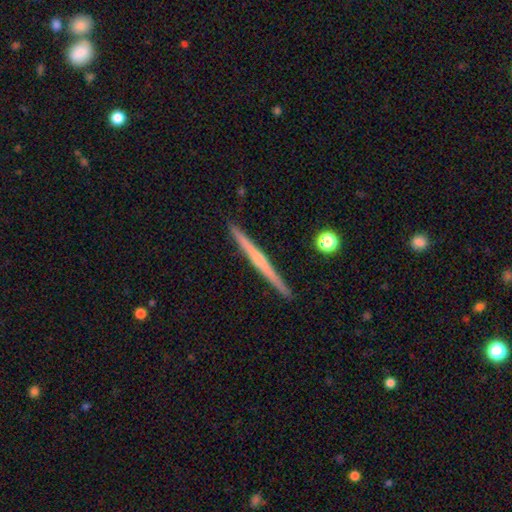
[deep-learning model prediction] smooth-or-featured: featured or disk: 68% | smooth: 27% | star or artifact: 6%
  disk-edge-on: yes: 98% | no: 2%
    edge-on-bulge: none: 50% | rounded: 44% | boxy: 6%
  merging: none: 93% | minor disturbance: 5% | merger: 1% | major disturbance: 1%